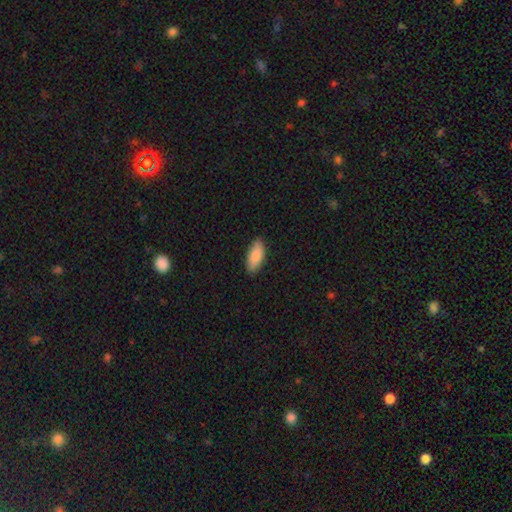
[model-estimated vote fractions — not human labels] This is clearly a smooth galaxy (88%). How rounded: clearly in between (84%). Merging: clearly none (88%).